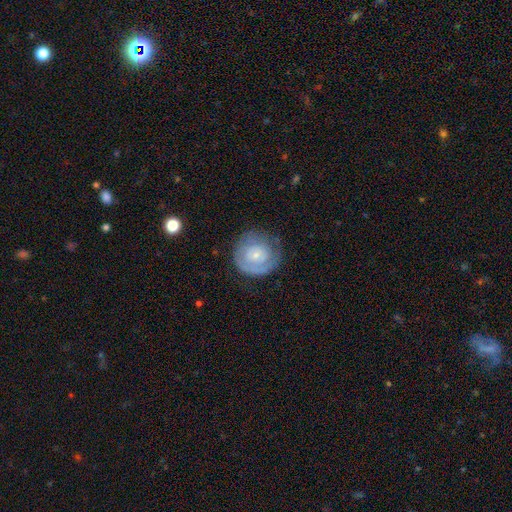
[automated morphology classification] Smooth or featured?
  - featured or disk: 57% *
  - smooth: 36%
  - star or artifact: 7%
Edge-on disk?
  - no: 97% *
  - yes: 3%
Bar?
  - no: 79% *
  - weak: 18%
  - strong: 3%
Spiral arms?
  - yes: 72% *
  - no: 28%
Bulge size?
  - small: 73% *
  - moderate: 19%
  - none: 4%
  - large: 2%
  - dominant: 1%
Merging?
  - none: 69% *
  - minor disturbance: 19%
  - major disturbance: 10%
  - merger: 1%